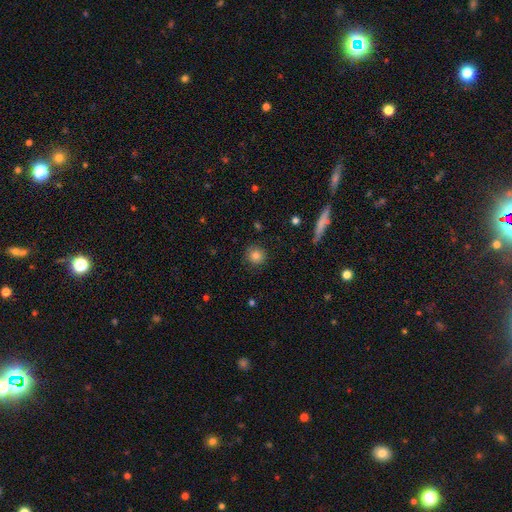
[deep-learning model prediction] Smooth or featured: smooth — 82% (star or artifact — 11%)
How rounded: round — 92% (in between — 7%)
Merging: none — 87% (minor disturbance — 9%)